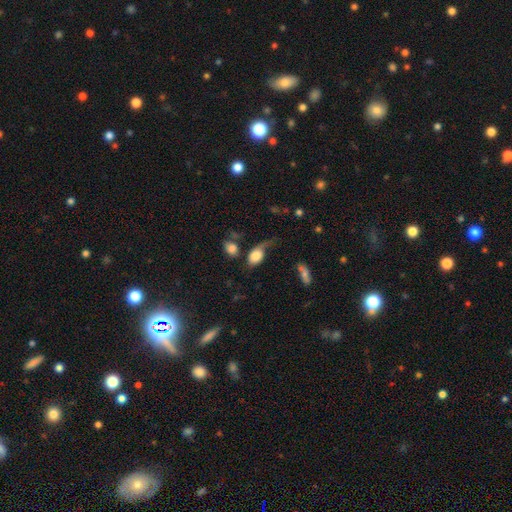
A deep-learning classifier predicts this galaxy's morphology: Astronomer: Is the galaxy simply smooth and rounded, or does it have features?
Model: smooth — 73%.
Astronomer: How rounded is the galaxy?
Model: in between — 79%.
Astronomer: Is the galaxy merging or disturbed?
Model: major disturbance — 39% (runner-up: none, 25%).